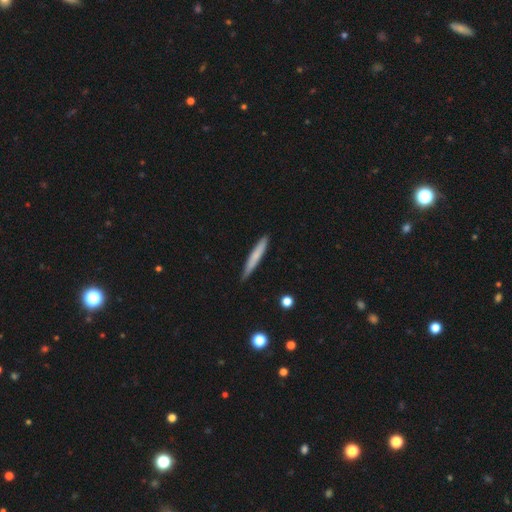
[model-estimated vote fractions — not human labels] smooth_or_featured: smooth (p=0.67) [alt: featured or disk p=0.28]
how_rounded: cigar-shaped (p=0.95) [alt: in between p=0.03]
merging: none (p=0.87) [alt: minor disturbance p=0.10]